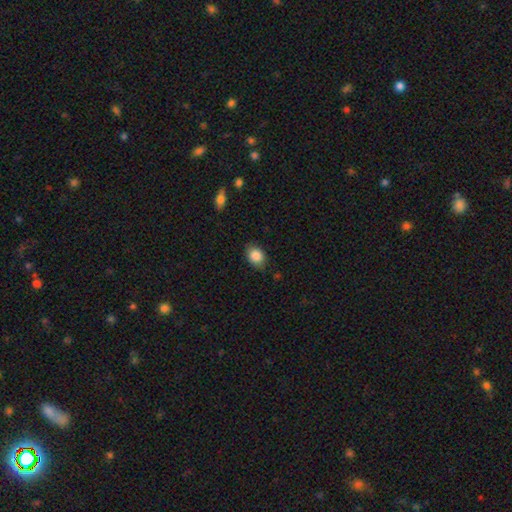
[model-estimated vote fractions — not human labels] Smooth or featured?
  - smooth: 86% *
  - star or artifact: 8%
  - featured or disk: 6%
How rounded?
  - in between: 67% *
  - round: 32%
  - cigar-shaped: 1%
Merging?
  - none: 81% *
  - minor disturbance: 15%
  - major disturbance: 3%
  - merger: 1%